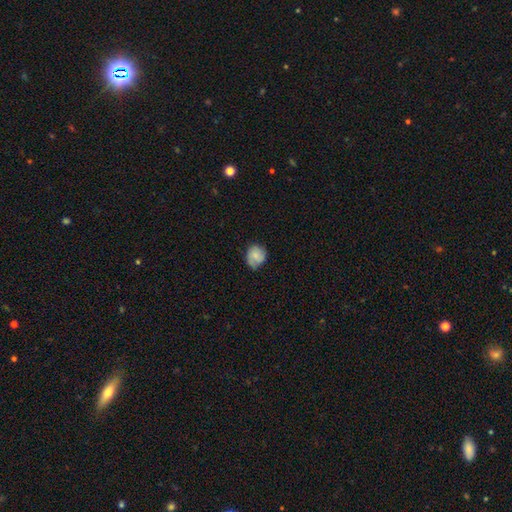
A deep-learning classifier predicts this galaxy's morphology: smooth 70%, featured or disk 22%, star or artifact 8%. Down the decision tree: how rounded — round (71%); merging — none (59%).